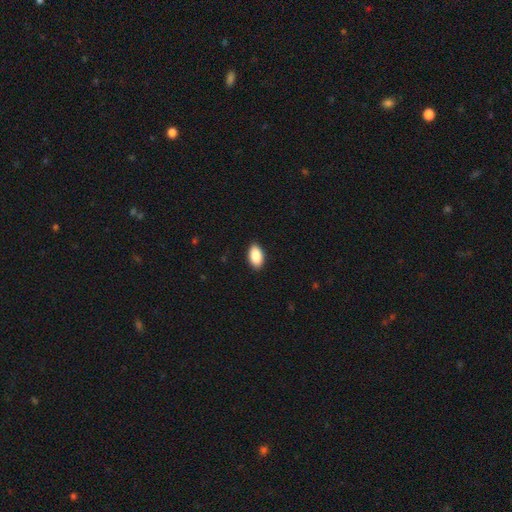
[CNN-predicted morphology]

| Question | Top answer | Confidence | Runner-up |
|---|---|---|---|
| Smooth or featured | smooth | 90% | star or artifact (7%) |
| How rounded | in between | 94% | round (3%) |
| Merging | none | 89% | minor disturbance (8%) |